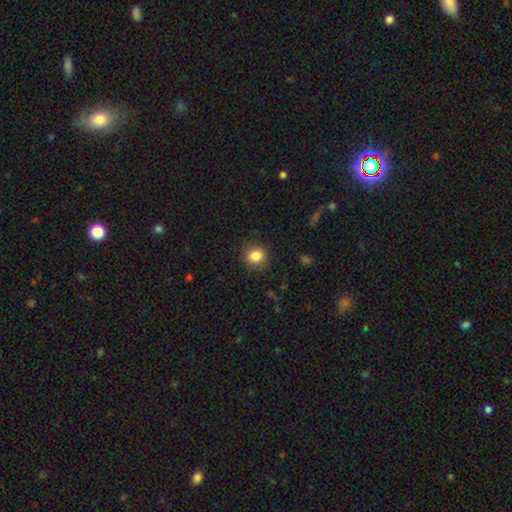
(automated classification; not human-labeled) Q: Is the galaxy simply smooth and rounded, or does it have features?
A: smooth — 85%.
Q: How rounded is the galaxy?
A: round — 88%.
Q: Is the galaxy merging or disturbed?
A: none — 88%.